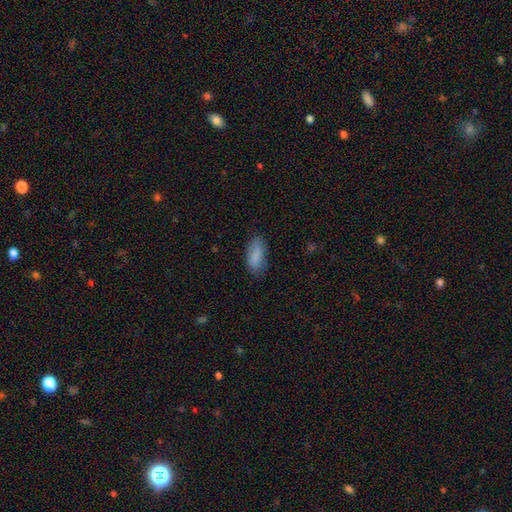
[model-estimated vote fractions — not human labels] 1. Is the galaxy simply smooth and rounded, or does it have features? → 85% smooth, 8% featured or disk, 7% star or artifact.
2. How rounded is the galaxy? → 81% in between, 17% cigar-shaped, 2% round.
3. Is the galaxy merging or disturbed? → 72% none, 21% minor disturbance, 5% major disturbance, 1% merger.